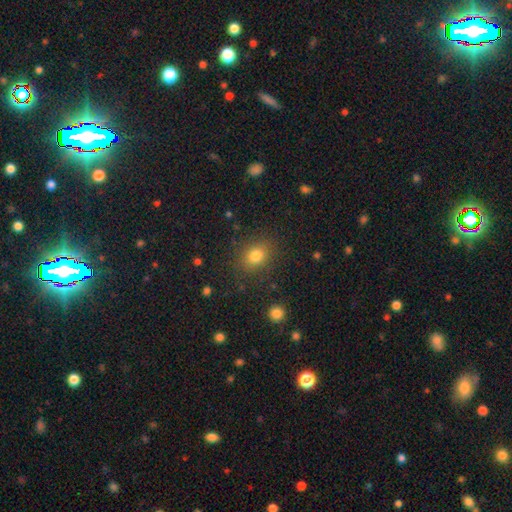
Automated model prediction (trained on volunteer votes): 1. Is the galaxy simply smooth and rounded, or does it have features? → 79% smooth, 13% star or artifact, 8% featured or disk.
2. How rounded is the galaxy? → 54% round, 45% in between, 1% cigar-shaped.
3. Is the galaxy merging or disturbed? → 84% none, 10% minor disturbance, 4% major disturbance, 2% merger.